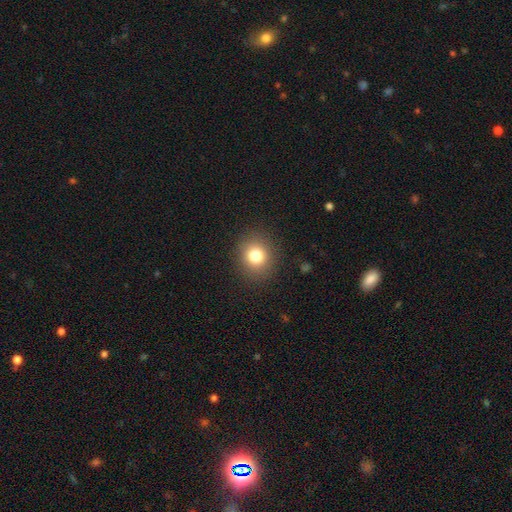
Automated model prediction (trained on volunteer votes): smooth_or_featured: smooth (p=0.80) [alt: star or artifact p=0.12]
how_rounded: round (p=0.82) [alt: in between p=0.17]
merging: none (p=0.89) [alt: minor disturbance p=0.07]